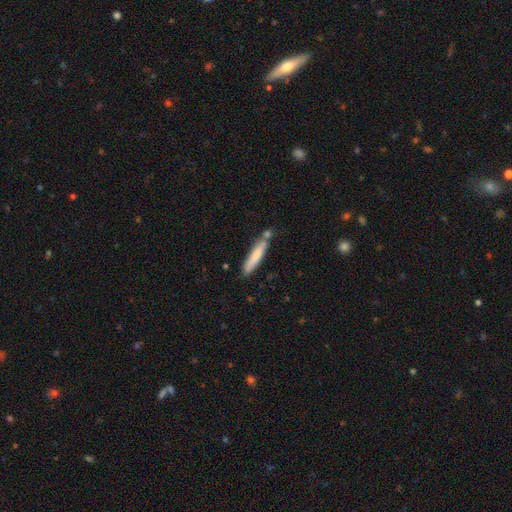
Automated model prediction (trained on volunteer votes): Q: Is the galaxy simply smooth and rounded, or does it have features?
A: smooth — 72%.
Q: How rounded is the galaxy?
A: cigar-shaped — 89%.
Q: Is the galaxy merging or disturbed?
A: none — 69%.